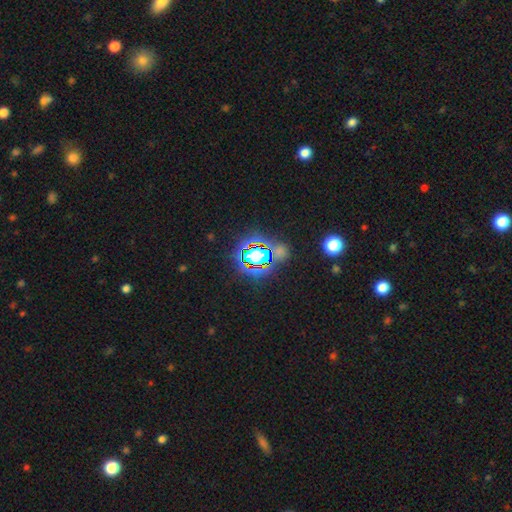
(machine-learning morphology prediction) star or artifact 66%, smooth 22%, featured or disk 12%.